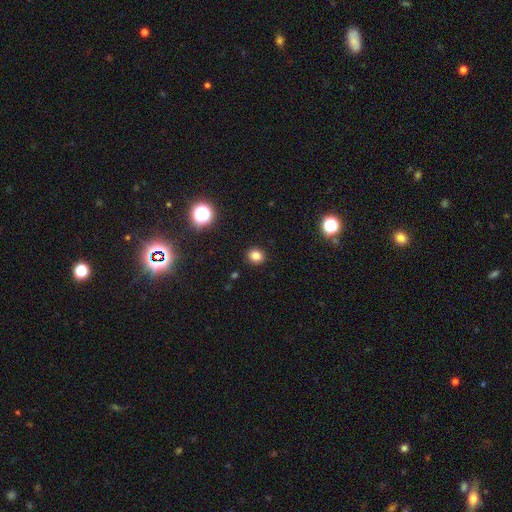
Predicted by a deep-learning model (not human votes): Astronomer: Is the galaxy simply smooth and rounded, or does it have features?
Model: smooth — 81%.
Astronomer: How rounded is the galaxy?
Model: round — 75%.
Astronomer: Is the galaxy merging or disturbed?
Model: none — 91%.